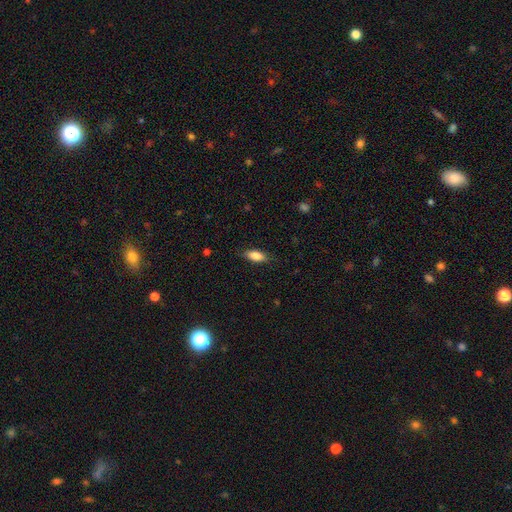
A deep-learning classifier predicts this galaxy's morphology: type=smooth (84%); roundness=in between (83%); merging=none (83%).